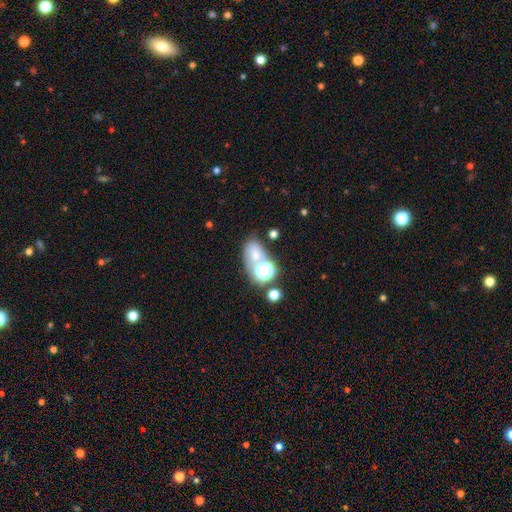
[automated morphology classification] Smooth or featured? smooth (60%)
How rounded? in between (63%)
Merging? merger (40%, tied with none)